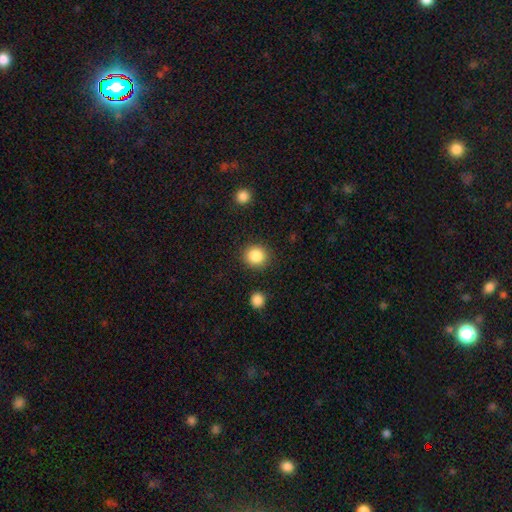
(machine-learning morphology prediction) Q: Smooth or featured?
A: smooth (87%); runner-up: star or artifact (9%)
Q: How rounded?
A: round (91%); runner-up: in between (8%)
Q: Merging?
A: none (89%); runner-up: minor disturbance (6%)